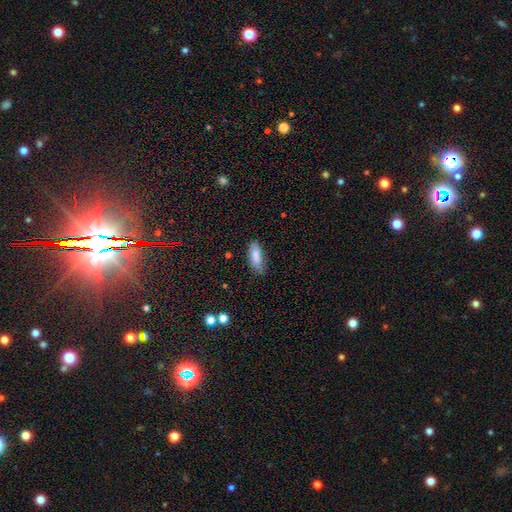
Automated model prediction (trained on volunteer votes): A smooth galaxy with no disk features (83%) that is in between round and cigar-shaped (73%).

Vote fractions:
- Smooth or featured? smooth: 83% / featured or disk: 10% / star or artifact: 7%
- How rounded? in between: 73% / cigar-shaped: 25% / round: 2%
- Merging? none: 71% / minor disturbance: 23% / major disturbance: 4% / merger: 2%